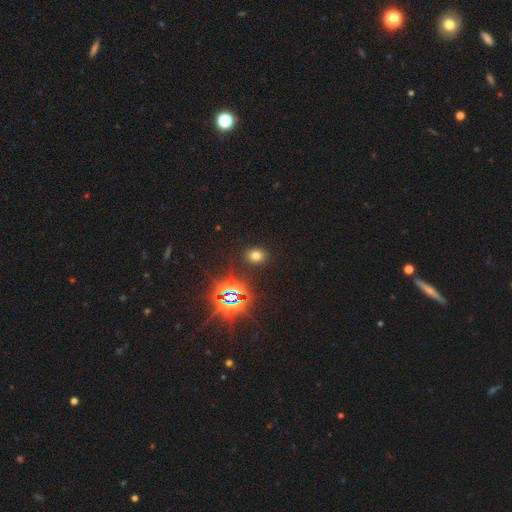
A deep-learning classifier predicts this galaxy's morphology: Q: Smooth or featured?
A: smooth (66%); runner-up: star or artifact (27%)
Q: How rounded?
A: in between (53%); runner-up: round (45%)
Q: Merging?
A: none (88%); runner-up: minor disturbance (8%)